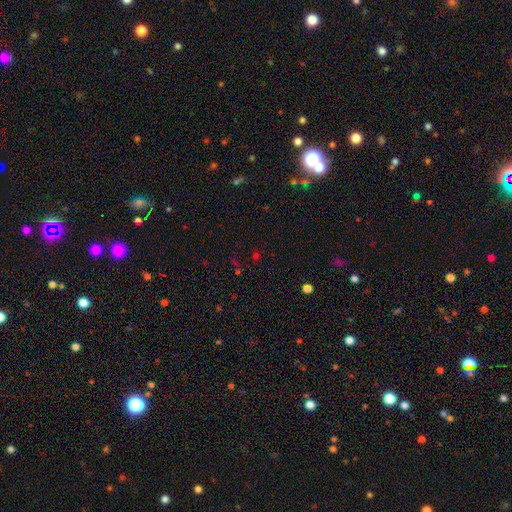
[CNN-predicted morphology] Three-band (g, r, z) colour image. It shows a star or artifact, not a galaxy (57%).